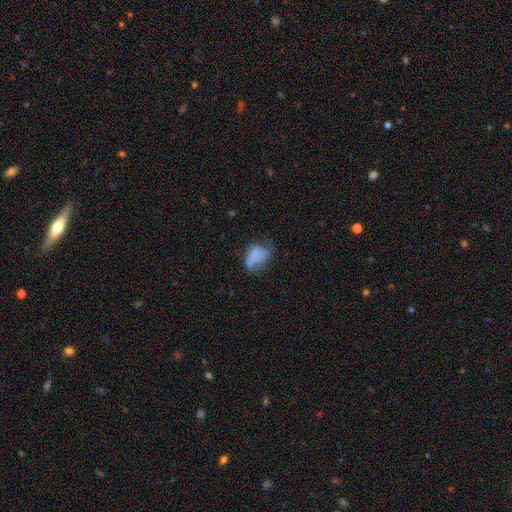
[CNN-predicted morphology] This appears to be a smooth galaxy with no disk features (59%) that is in between round and cigar-shaped (81%). Merging: minor disturbance (31%, tied with major disturbance).